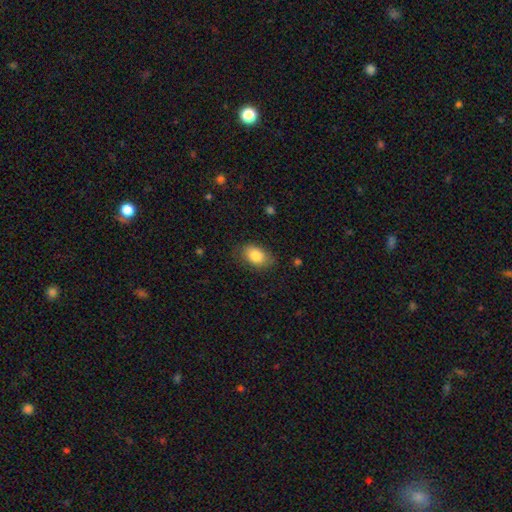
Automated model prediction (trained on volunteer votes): Q: Smooth or featured?
A: smooth (84%); runner-up: featured or disk (9%)
Q: How rounded?
A: in between (86%); runner-up: round (13%)
Q: Merging?
A: none (80%); runner-up: minor disturbance (16%)